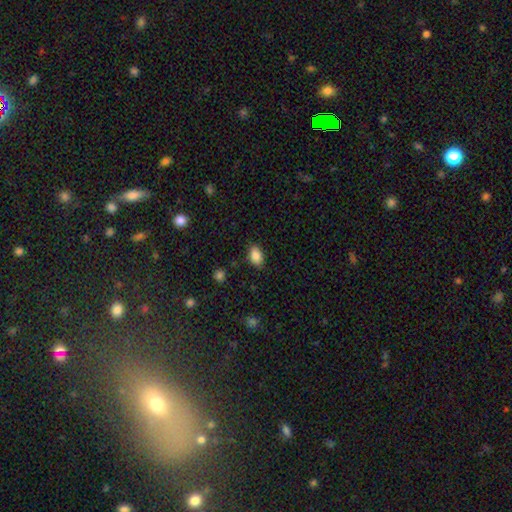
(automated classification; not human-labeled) smooth-or-featured: smooth: 87% | star or artifact: 8% | featured or disk: 5%
  how-rounded: in between: 87% | round: 11% | cigar-shaped: 2%
  merging: none: 85% | minor disturbance: 12% | major disturbance: 2% | merger: 1%